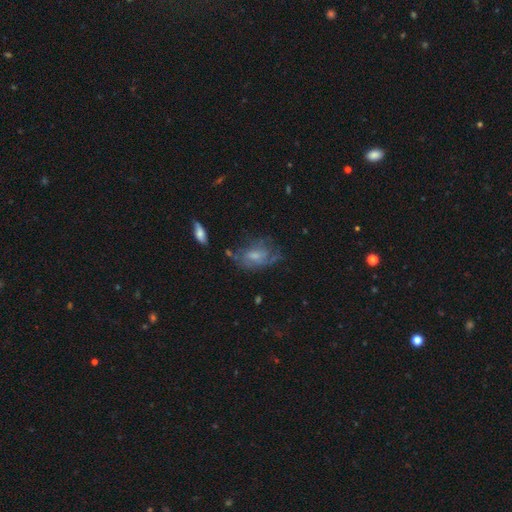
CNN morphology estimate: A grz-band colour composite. It shows a featured or disk galaxy (54%) with no bar (62%), spiral arms (63%) and a small central bulge (45%). Merging: none (50%).